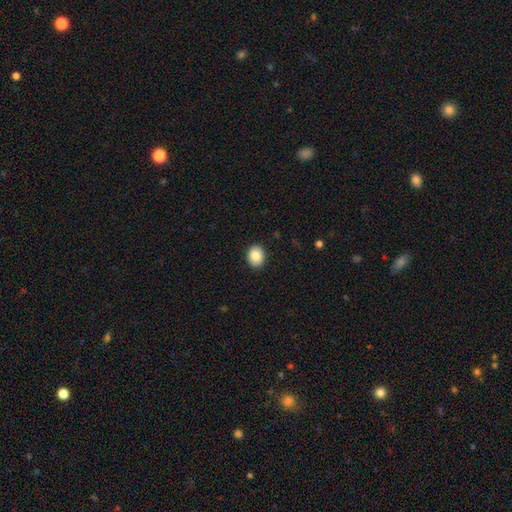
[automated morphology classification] smooth-or-featured: smooth: 85% | star or artifact: 8% | featured or disk: 7%
  how-rounded: in between: 51% | round: 48% | cigar-shaped: 1%
  merging: none: 91% | minor disturbance: 7% | major disturbance: 2% | merger: 1%